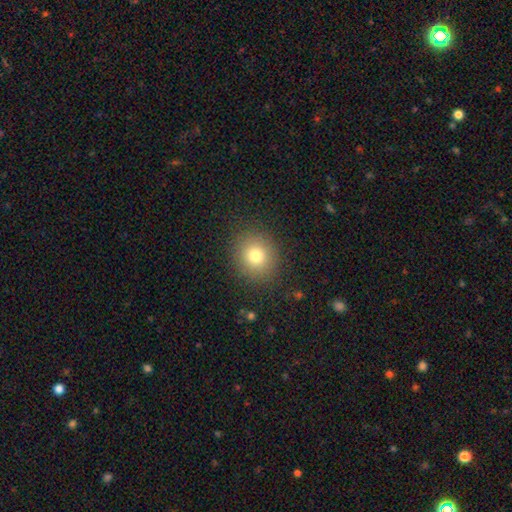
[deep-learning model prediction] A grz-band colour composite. It shows a smooth galaxy with no disk features (78%) that is round (80%). Merging: none (87%).